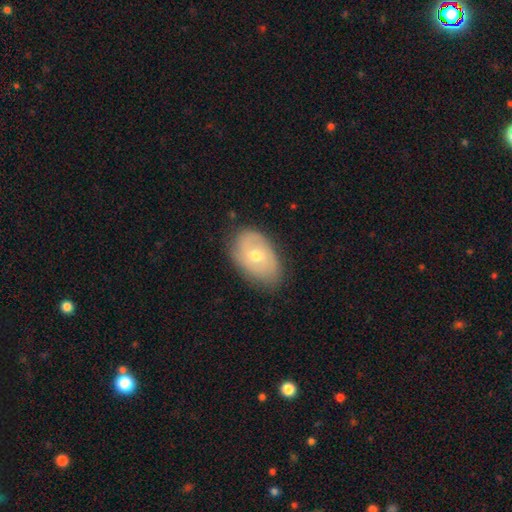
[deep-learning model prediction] This is possibly a featured or disk galaxy (53%). It is clearly not viewed edge-on (92%). Merging: likely none (74%).